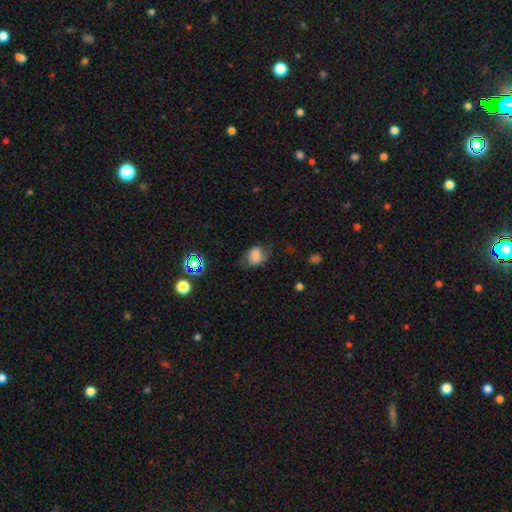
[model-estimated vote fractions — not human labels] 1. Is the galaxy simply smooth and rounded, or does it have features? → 66% smooth, 23% featured or disk, 11% star or artifact.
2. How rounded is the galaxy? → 63% in between, 36% round, 1% cigar-shaped.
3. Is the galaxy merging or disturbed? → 58% none, 25% minor disturbance, 15% major disturbance, 2% merger.